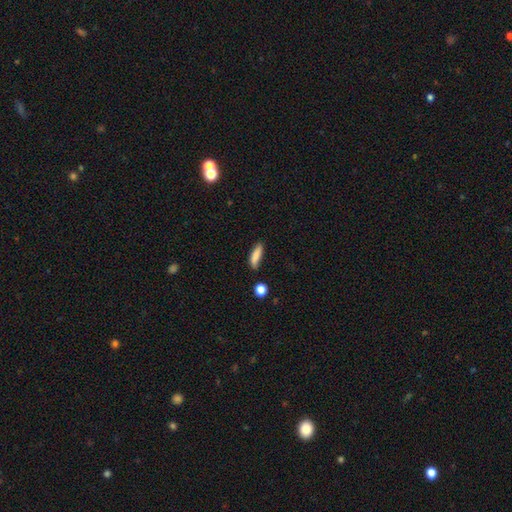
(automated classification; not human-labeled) Smooth or featured? Predicted: smooth (p=0.83). How rounded? Predicted: cigar-shaped (p=0.57). Merging? Predicted: none (p=0.76).